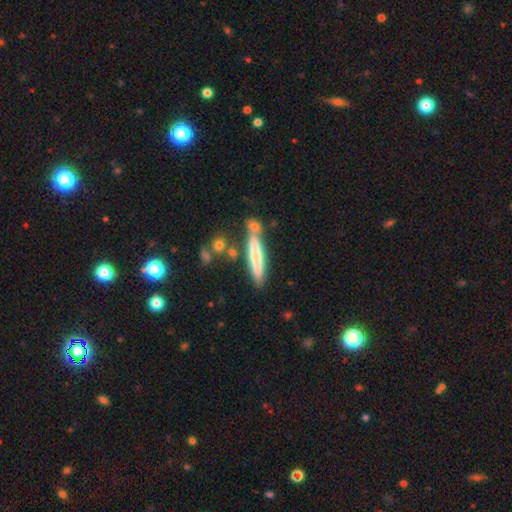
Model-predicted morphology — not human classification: Q: Smooth or featured?
A: smooth (63%); runner-up: featured or disk (30%)
Q: How rounded?
A: cigar-shaped (92%); runner-up: in between (7%)
Q: Merging?
A: none (66%); runner-up: merger (15%)